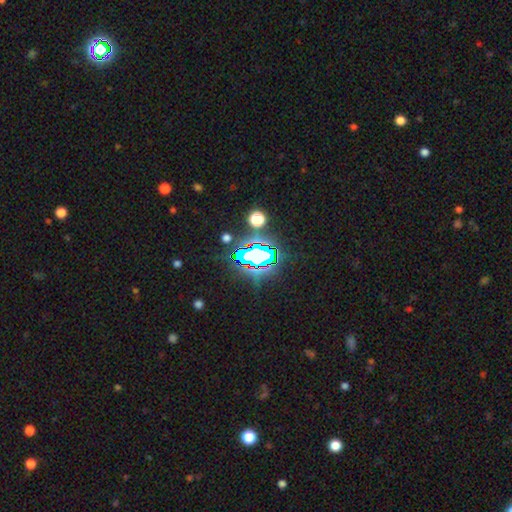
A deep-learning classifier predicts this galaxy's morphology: Smooth or featured?
  - star or artifact: 71% *
  - smooth: 17%
  - featured or disk: 12%